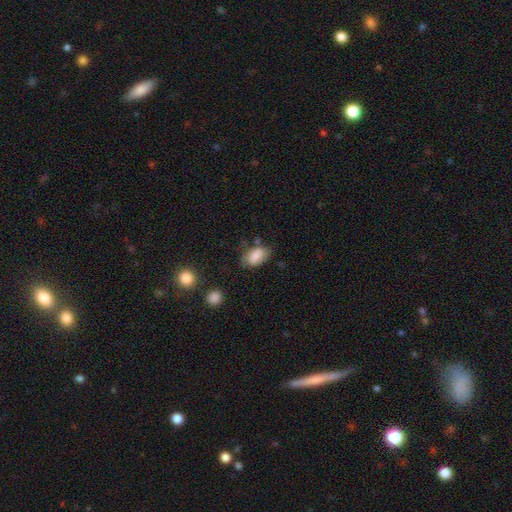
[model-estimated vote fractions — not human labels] Morphology: type=smooth (78%); roundness=in between (91%); merging=none (62%).